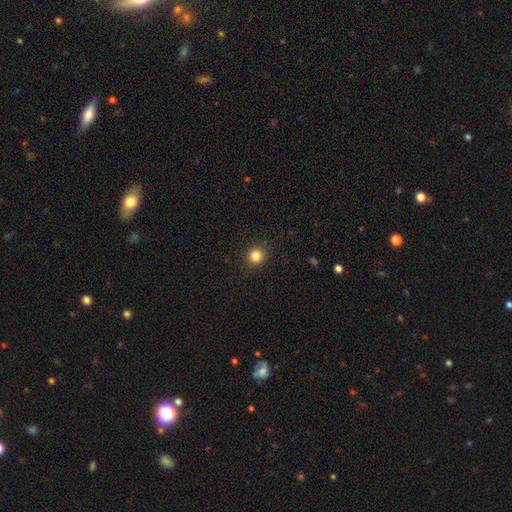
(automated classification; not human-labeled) smooth_or_featured: smooth (p=0.83) [alt: star or artifact p=0.12]
how_rounded: round (p=0.93) [alt: in between p=0.06]
merging: none (p=0.92) [alt: minor disturbance p=0.05]